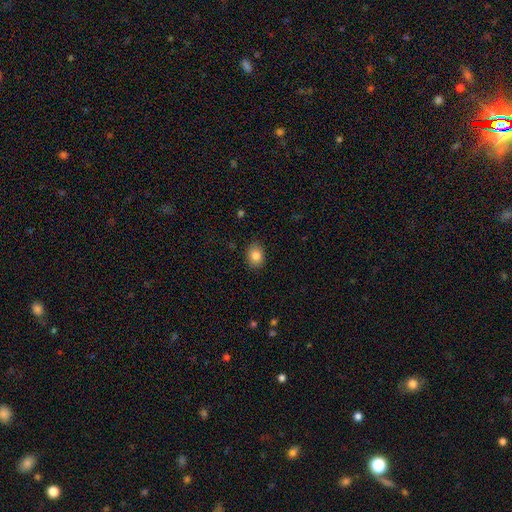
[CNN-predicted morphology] smooth 84%, star or artifact 9%, featured or disk 7%. Down the decision tree: how rounded — in between (58%); merging — none (87%).